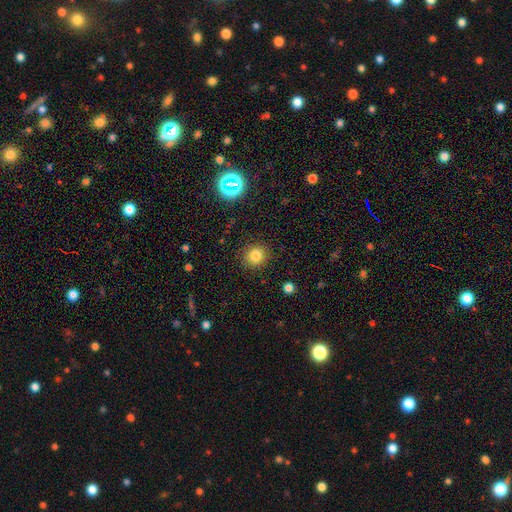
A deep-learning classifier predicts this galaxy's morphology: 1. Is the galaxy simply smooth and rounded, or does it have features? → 80% smooth, 13% star or artifact, 6% featured or disk.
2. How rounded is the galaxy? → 86% round, 13% in between, 1% cigar-shaped.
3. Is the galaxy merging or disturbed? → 89% none, 7% minor disturbance, 3% major disturbance, 1% merger.